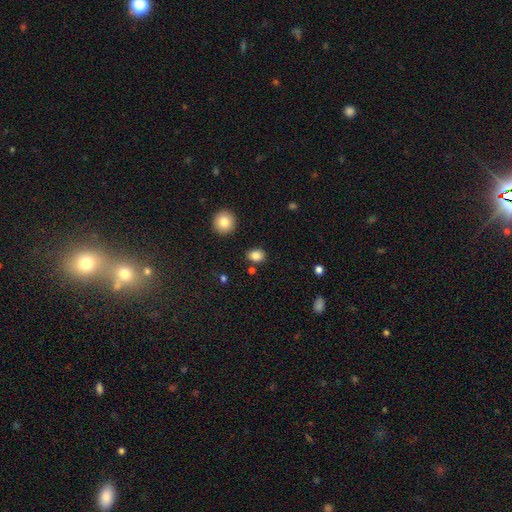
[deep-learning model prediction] smooth-or-featured: smooth: 85% | star or artifact: 10% | featured or disk: 5%
  how-rounded: in between: 60% | round: 39% | cigar-shaped: 1%
  merging: none: 83% | minor disturbance: 10% | merger: 4% | major disturbance: 3%